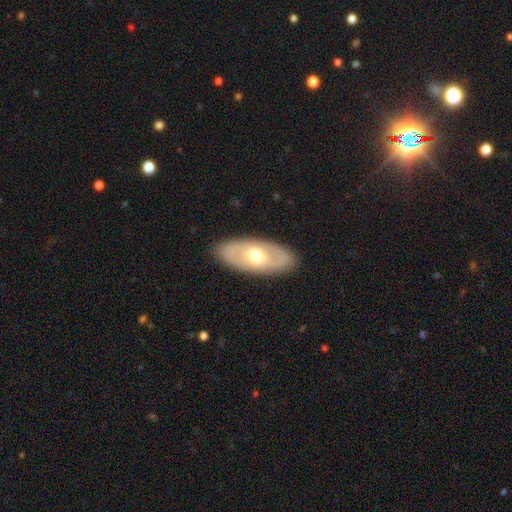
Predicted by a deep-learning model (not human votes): Overall: featured or disk (56%; smooth 39%). Edge-on disk: no (84%). Merging: none (87%).